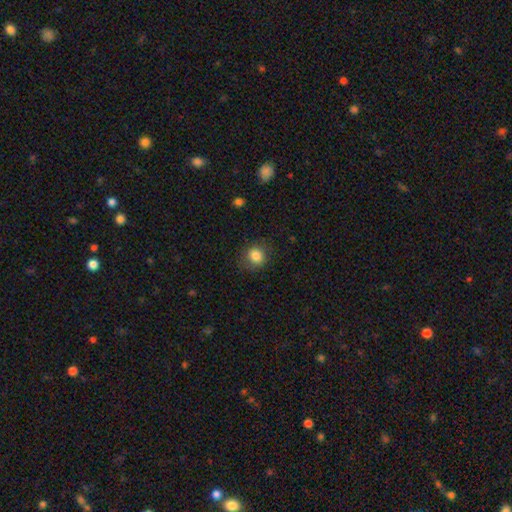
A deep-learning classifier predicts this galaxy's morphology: Smooth or featured?
  - smooth: 83% *
  - star or artifact: 10%
  - featured or disk: 7%
How rounded?
  - round: 80% *
  - in between: 20%
  - cigar-shaped: 1%
Merging?
  - none: 80% *
  - minor disturbance: 14%
  - major disturbance: 5%
  - merger: 1%